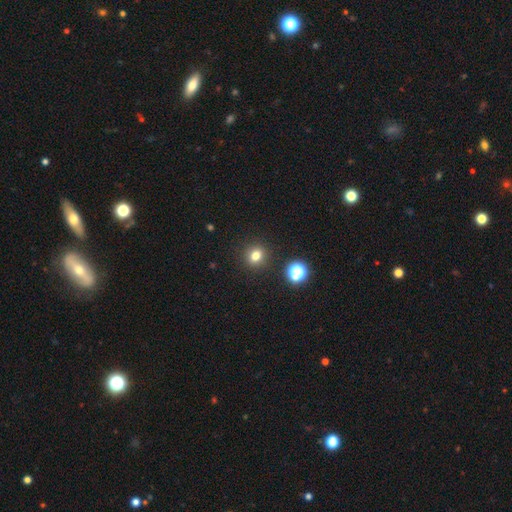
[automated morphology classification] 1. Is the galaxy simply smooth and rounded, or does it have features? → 77% smooth, 16% star or artifact, 7% featured or disk.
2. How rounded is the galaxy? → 80% round, 19% in between, 1% cigar-shaped.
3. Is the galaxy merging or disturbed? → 90% none, 6% minor disturbance, 2% major disturbance, 2% merger.